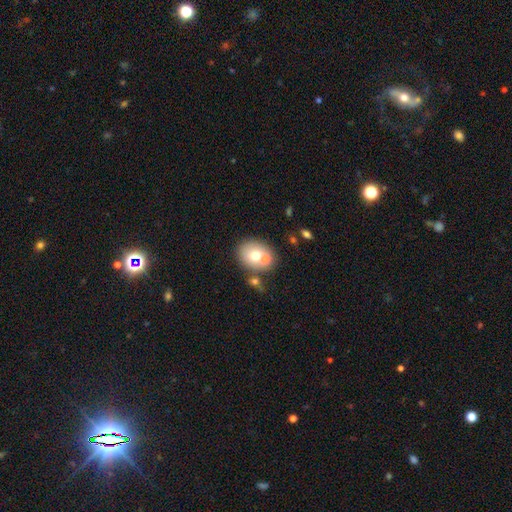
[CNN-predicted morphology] A smooth galaxy with no disk features (67%) that is round (60%). Merging: none (56%).